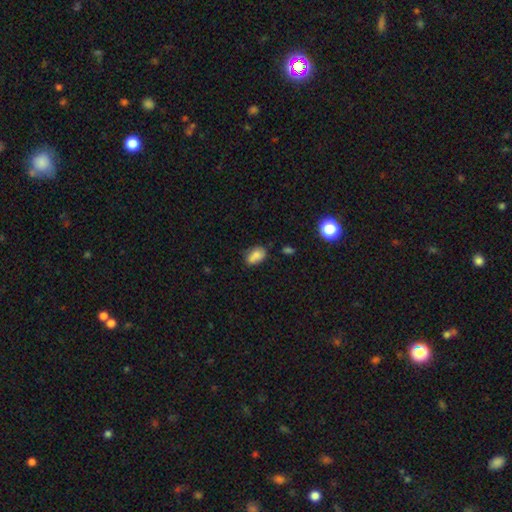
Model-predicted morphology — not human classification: type=smooth (79%); roundness=in between (86%); merging=none (60%).